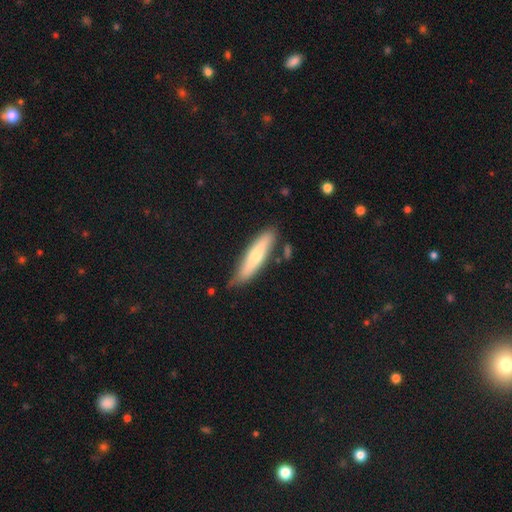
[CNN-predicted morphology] Smooth or featured?
  - smooth: 59% *
  - featured or disk: 36%
  - star or artifact: 5%
How rounded?
  - cigar-shaped: 78% *
  - in between: 21%
  - round: 2%
Merging?
  - none: 72% *
  - minor disturbance: 20%
  - merger: 4%
  - major disturbance: 4%